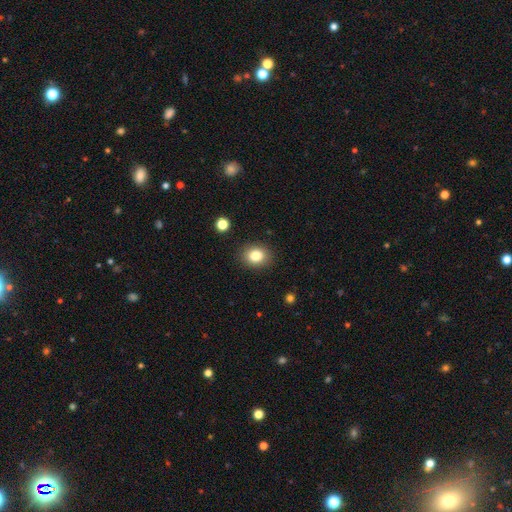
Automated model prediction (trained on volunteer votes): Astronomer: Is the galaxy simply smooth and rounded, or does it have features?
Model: smooth — 82%.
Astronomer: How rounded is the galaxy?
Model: round — 62% (runner-up: in between, 37%).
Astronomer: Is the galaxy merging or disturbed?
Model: none — 88%.